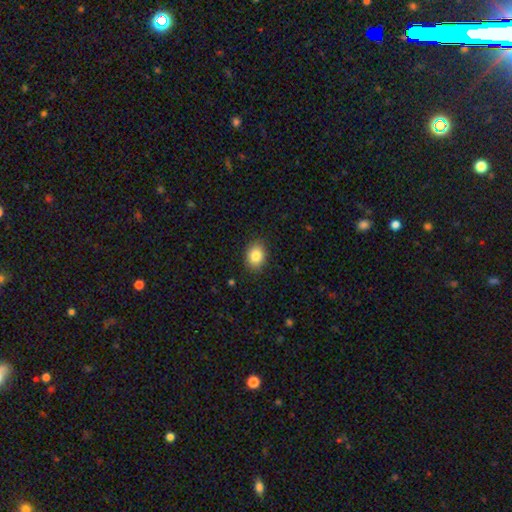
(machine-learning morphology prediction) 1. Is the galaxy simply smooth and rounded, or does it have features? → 85% smooth, 9% star or artifact, 6% featured or disk.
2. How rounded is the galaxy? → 63% in between, 36% round, 1% cigar-shaped.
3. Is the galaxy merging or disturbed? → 88% none, 9% minor disturbance, 2% major disturbance, 1% merger.